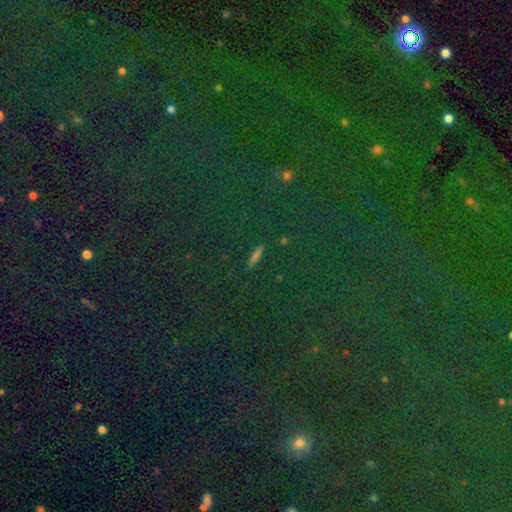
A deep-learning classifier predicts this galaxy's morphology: This is likely a star or artifact rather than a galaxy (72%).